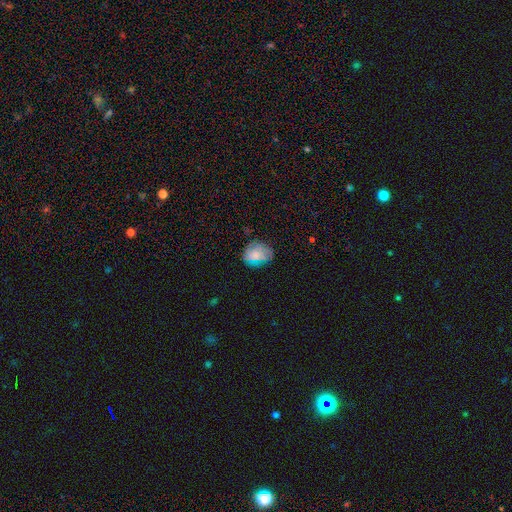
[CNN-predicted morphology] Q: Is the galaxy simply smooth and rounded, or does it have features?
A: smooth — 67%.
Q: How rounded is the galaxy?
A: round — 50%.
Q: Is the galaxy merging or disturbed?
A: none — 67%.